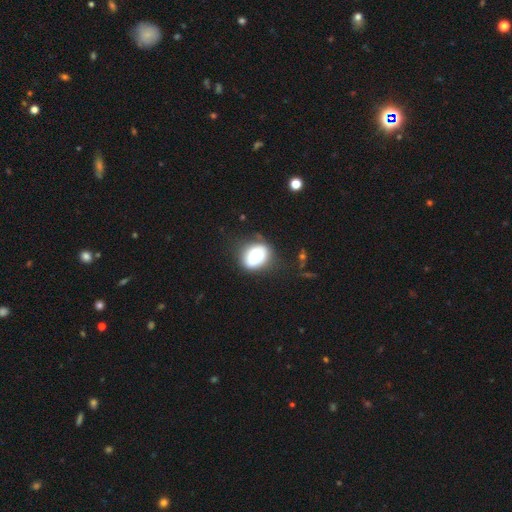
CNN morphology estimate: This appears to be a smooth galaxy with no disk features (55%) that is in between round and cigar-shaped (55%). Merging: none (42%).